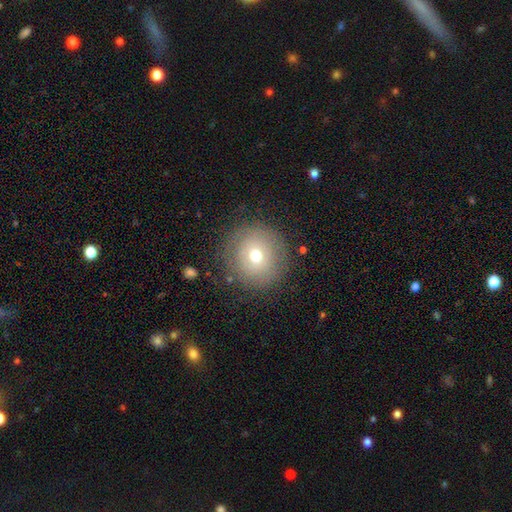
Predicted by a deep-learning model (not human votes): smooth 64%, featured or disk 23%, star or artifact 13%. Down the decision tree: how rounded — round (94%); merging — none (84%).